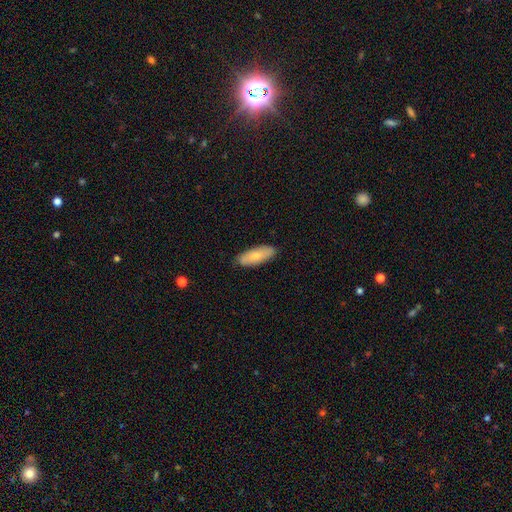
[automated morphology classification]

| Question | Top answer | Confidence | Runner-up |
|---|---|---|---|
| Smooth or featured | smooth | 78% | featured or disk (17%) |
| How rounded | in between | 69% | cigar-shaped (29%) |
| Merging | none | 86% | minor disturbance (11%) |